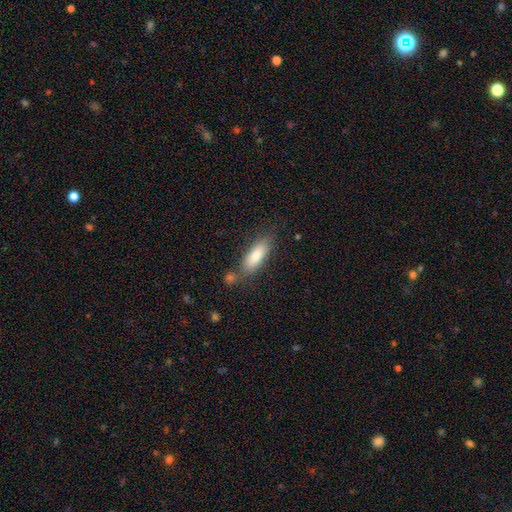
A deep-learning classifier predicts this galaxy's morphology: smooth-or-featured: smooth: 79% | featured or disk: 13% | star or artifact: 7%
  how-rounded: in between: 59% | cigar-shaped: 39% | round: 2%
  merging: none: 69% | minor disturbance: 15% | merger: 11% | major disturbance: 4%